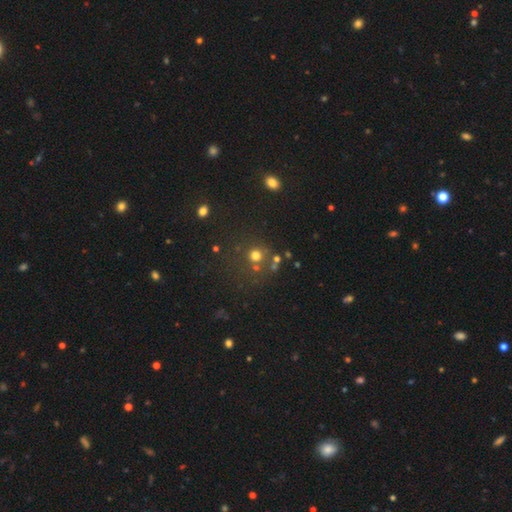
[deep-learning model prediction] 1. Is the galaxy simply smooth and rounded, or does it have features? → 67% smooth, 23% star or artifact, 10% featured or disk.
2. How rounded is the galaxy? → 90% round, 9% in between, 1% cigar-shaped.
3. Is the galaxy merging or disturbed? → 68% none, 16% merger, 10% minor disturbance, 6% major disturbance.